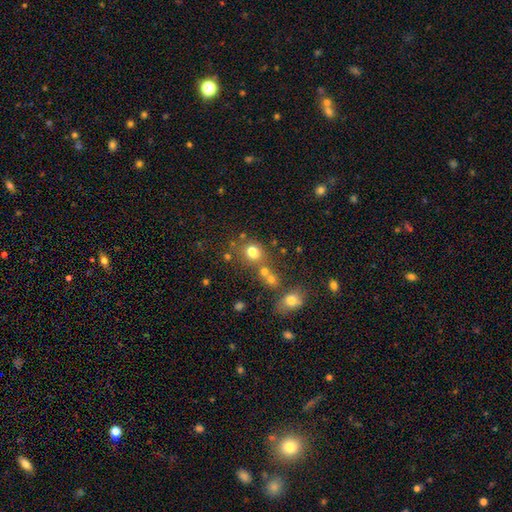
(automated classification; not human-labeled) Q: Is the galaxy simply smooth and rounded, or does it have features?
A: smooth — 53%.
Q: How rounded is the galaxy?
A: round — 84%.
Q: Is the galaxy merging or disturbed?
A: none — 54%.